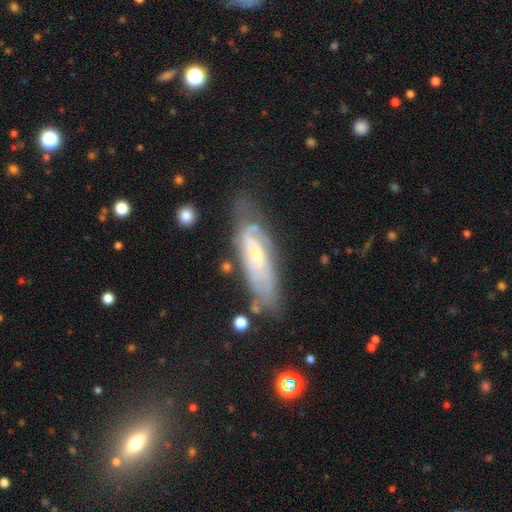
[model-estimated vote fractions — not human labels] Smooth or featured? Predicted: featured or disk (p=0.73). Edge-on disk? Predicted: no (p=0.80). Bar? Predicted: no (p=0.64). Spiral arms? Predicted: yes (p=0.83). Bulge size? Predicted: small (p=0.61). Merging? Predicted: none (p=0.62).